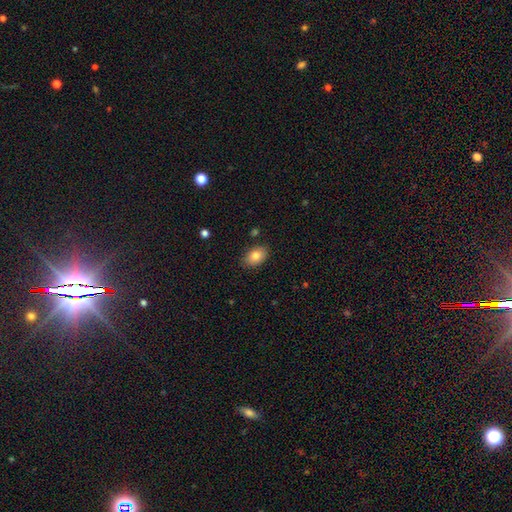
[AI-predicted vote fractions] The model was most divided on "smooth or featured": smooth: 83%, featured or disk: 9%, star or artifact: 8%. More confident: how rounded — in between (87%); merging — none (86%).